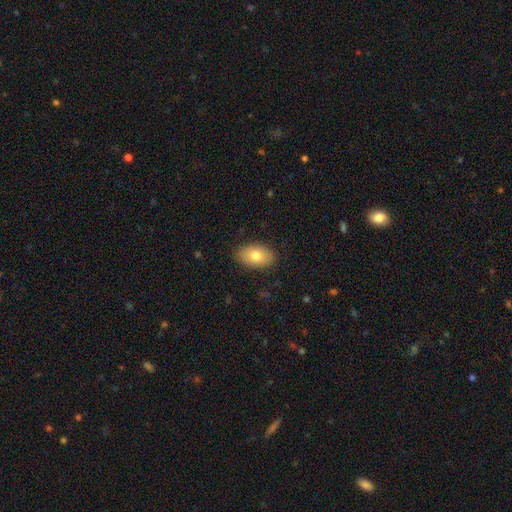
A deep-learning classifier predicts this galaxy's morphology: smooth_or_featured: smooth (p=0.78) [alt: featured or disk p=0.15]
how_rounded: in between (p=0.92) [alt: round p=0.07]
merging: none (p=0.87) [alt: minor disturbance p=0.10]